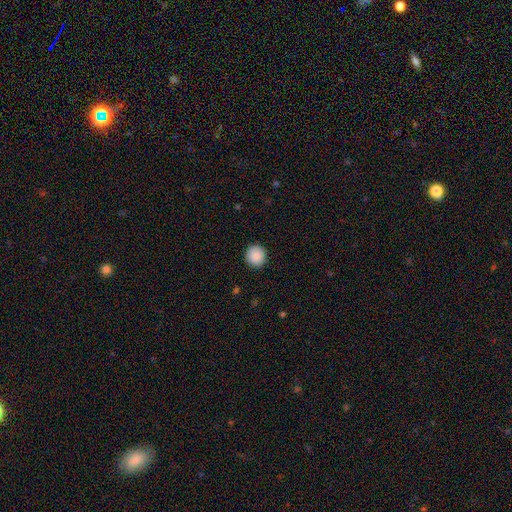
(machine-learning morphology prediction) Smooth or featured? smooth (89%)
How rounded? round (94%)
Merging? none (92%)